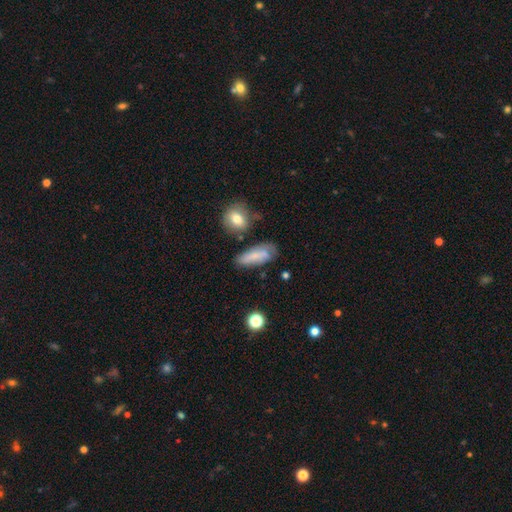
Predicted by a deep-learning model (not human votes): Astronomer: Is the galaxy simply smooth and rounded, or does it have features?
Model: smooth — 71%.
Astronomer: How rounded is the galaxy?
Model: in between — 65%.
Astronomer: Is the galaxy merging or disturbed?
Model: none — 60%.